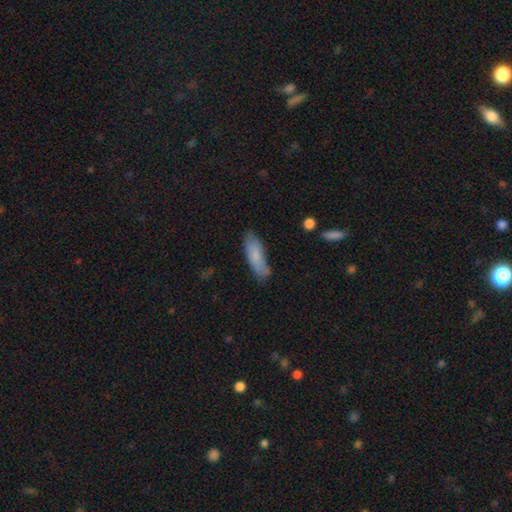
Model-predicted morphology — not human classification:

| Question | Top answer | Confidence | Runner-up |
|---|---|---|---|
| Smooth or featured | smooth | 79% | featured or disk (14%) |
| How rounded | cigar-shaped | 53% | in between (46%) |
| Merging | none | 73% | minor disturbance (21%) |